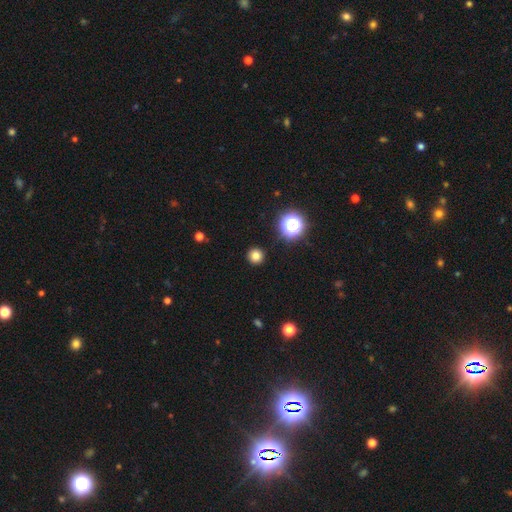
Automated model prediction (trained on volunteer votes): Overall: smooth (80%). How rounded: round (96%). Merging: none (93%).